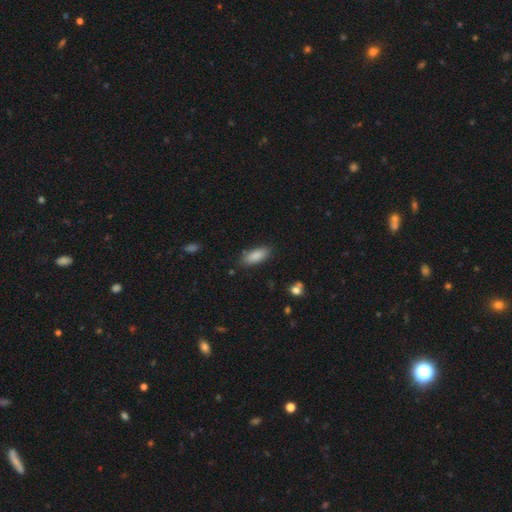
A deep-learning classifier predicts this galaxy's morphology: This is clearly a smooth galaxy (87%). How rounded: likely in between (77%). Merging: clearly none (84%).